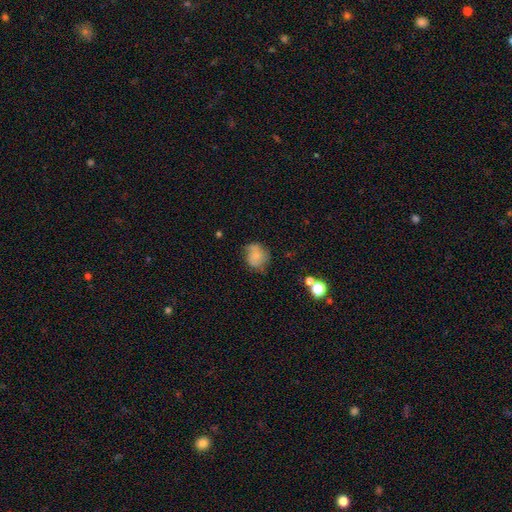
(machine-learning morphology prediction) Smooth or featured?
  - smooth: 71% *
  - featured or disk: 19%
  - star or artifact: 10%
How rounded?
  - round: 70% *
  - in between: 29%
  - cigar-shaped: 1%
Merging?
  - none: 57% *
  - minor disturbance: 30%
  - major disturbance: 10%
  - merger: 3%